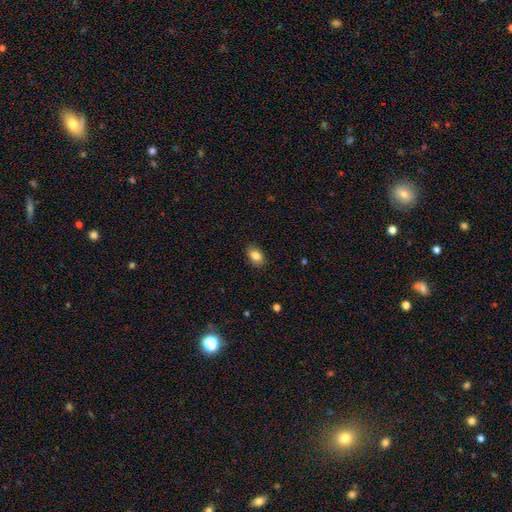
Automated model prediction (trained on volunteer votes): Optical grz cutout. It shows a smooth galaxy with no disk features (85%) that is in between round and cigar-shaped (81%). Merging: none (85%).